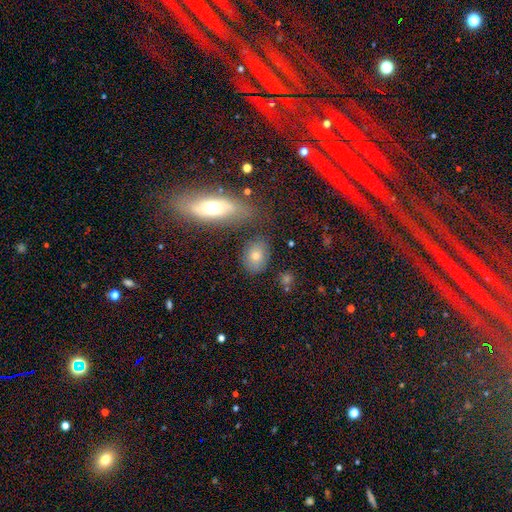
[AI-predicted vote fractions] Smooth or featured? Predicted: smooth (p=0.71). How rounded? Predicted: in between (p=0.67). Merging? Predicted: none (p=0.71).